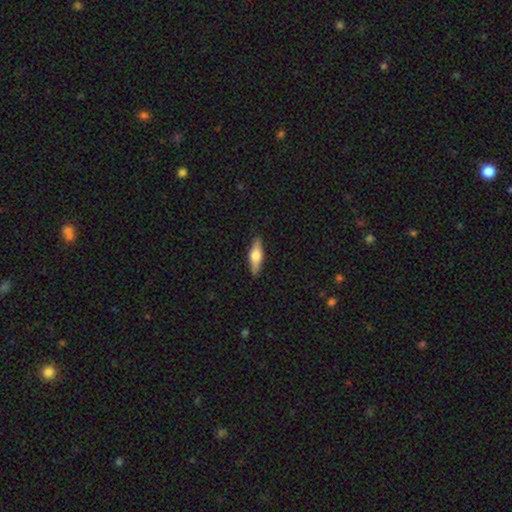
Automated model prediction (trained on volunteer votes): This appears to be a smooth galaxy with no disk features (50%) that is cigar-shaped (50%). Merging: none (88%).